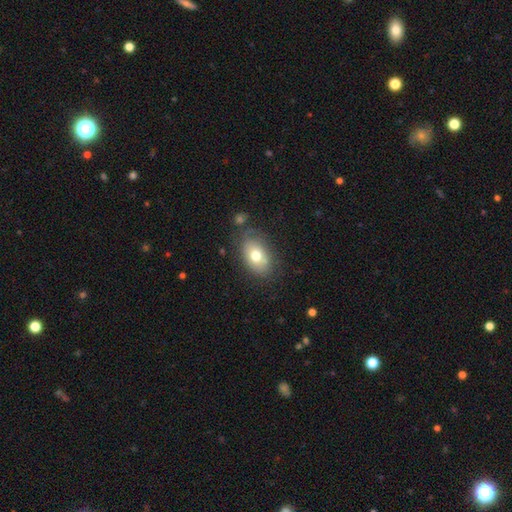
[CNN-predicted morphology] Overall: smooth (71%). How rounded: in between (84%). Merging: none (73%).